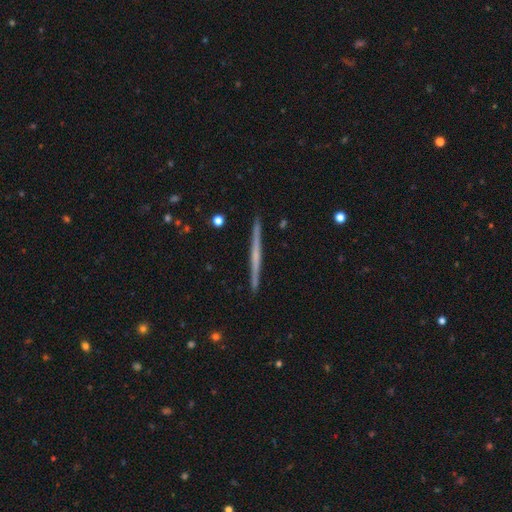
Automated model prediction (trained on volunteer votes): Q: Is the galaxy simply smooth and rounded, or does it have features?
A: featured or disk — 68%.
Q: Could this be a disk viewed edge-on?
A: yes — 98%.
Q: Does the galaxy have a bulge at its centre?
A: none — 66%.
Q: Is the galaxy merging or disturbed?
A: none — 92%.